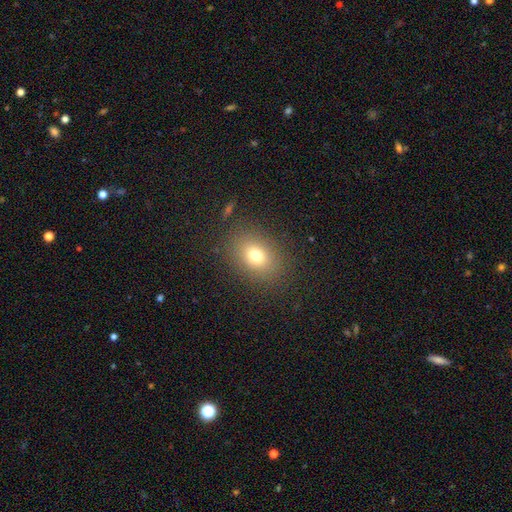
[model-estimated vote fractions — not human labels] The model was most divided on "how rounded": in between: 56%, round: 43%, cigar-shaped: 1%. More confident: merging — none (85%); smooth or featured — smooth (74%).